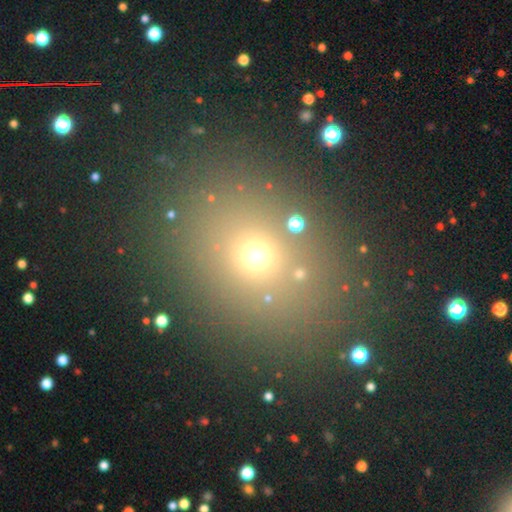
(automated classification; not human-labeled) Smooth or featured?
  - smooth: 63% *
  - star or artifact: 28%
  - featured or disk: 10%
How rounded?
  - round: 64% *
  - in between: 34%
  - cigar-shaped: 2%
Merging?
  - none: 77% *
  - minor disturbance: 10%
  - merger: 7%
  - major disturbance: 6%